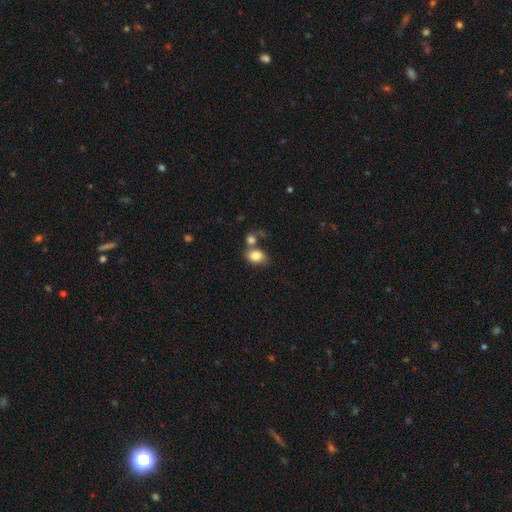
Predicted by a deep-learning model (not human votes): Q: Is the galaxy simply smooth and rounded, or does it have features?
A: smooth — 82%.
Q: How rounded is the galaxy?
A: in between — 67%.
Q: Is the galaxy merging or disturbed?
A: none — 47%.